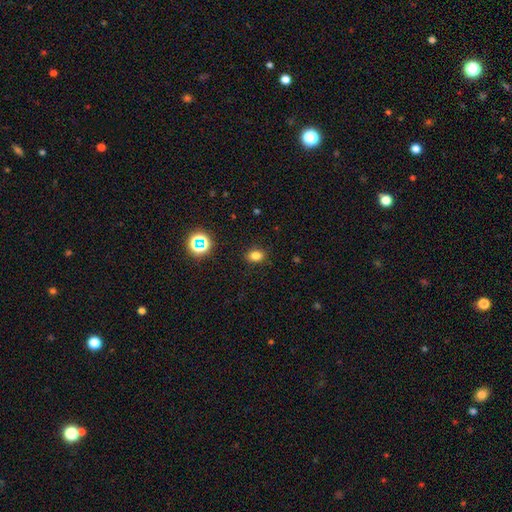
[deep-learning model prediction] Smooth or featured? smooth (78%)
How rounded? in between (65%)
Merging? none (87%)